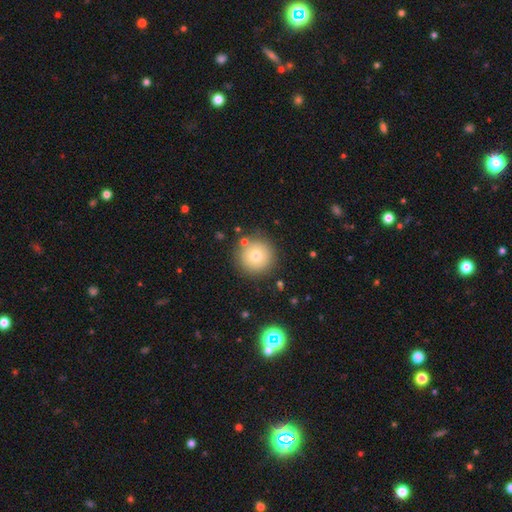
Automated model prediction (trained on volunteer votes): This appears to be a smooth galaxy with no disk features (74%) that is round (96%). Merging: none (85%).